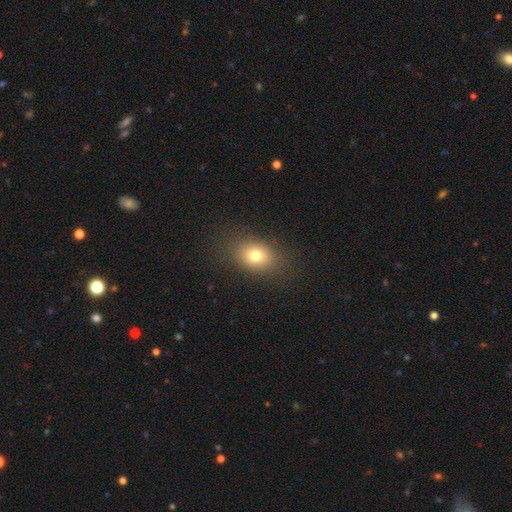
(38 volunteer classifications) Overall: smooth (89%). How rounded: in between (65%; round 35%). Merging: none (81%).